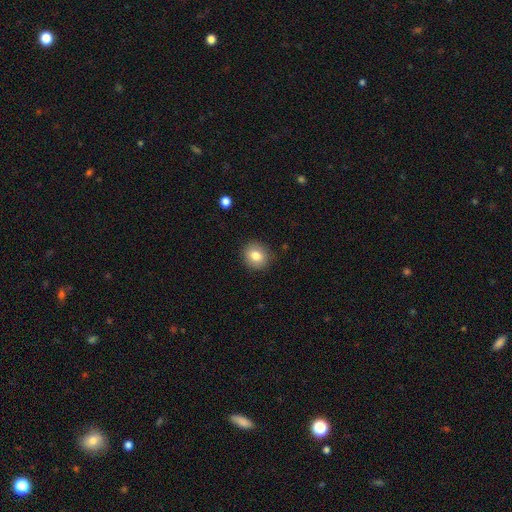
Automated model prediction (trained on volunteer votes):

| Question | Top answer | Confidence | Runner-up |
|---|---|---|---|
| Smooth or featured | smooth | 81% | star or artifact (9%) |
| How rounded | round | 81% | in between (18%) |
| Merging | none | 88% | minor disturbance (9%) |